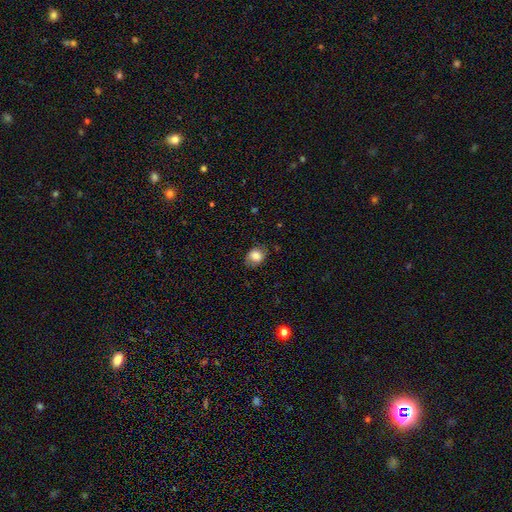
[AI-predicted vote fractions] Morphology: type=smooth (81%); roundness=round (52%); merging=none (71%).